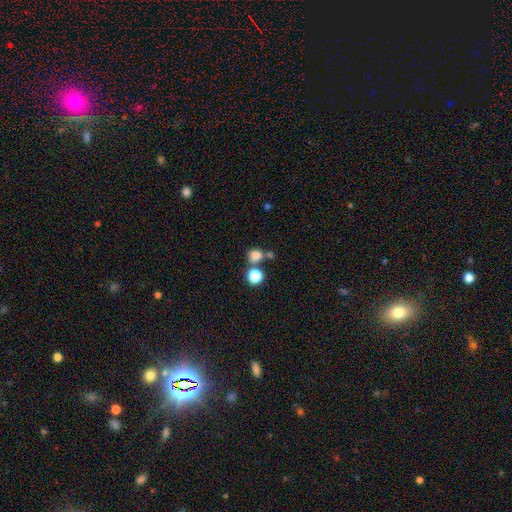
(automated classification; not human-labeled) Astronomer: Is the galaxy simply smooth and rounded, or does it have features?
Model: smooth — 79%.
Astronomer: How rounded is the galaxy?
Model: round — 76%.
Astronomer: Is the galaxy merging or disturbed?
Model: none — 54% (runner-up: merger, 31%).